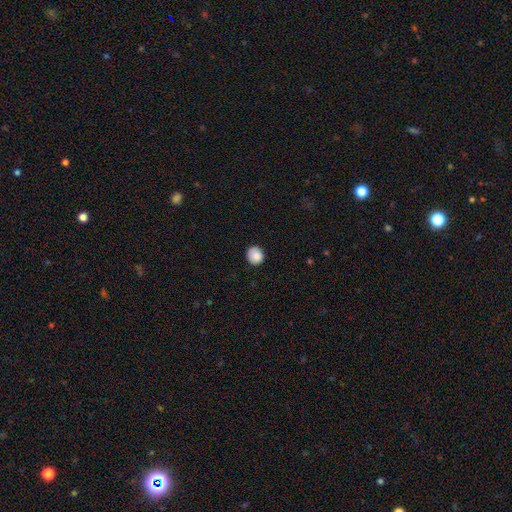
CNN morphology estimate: Smooth or featured?
  - smooth: 87% *
  - star or artifact: 9%
  - featured or disk: 5%
How rounded?
  - round: 85% *
  - in between: 14%
  - cigar-shaped: 1%
Merging?
  - none: 86% *
  - minor disturbance: 11%
  - major disturbance: 2%
  - merger: 1%